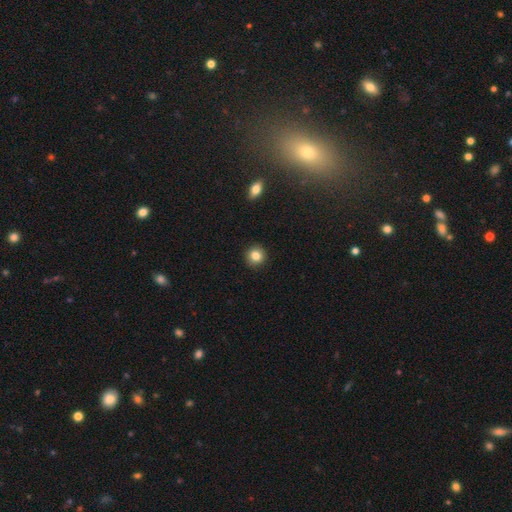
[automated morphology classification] Overall: smooth (84%). How rounded: round (93%). Merging: none (93%).